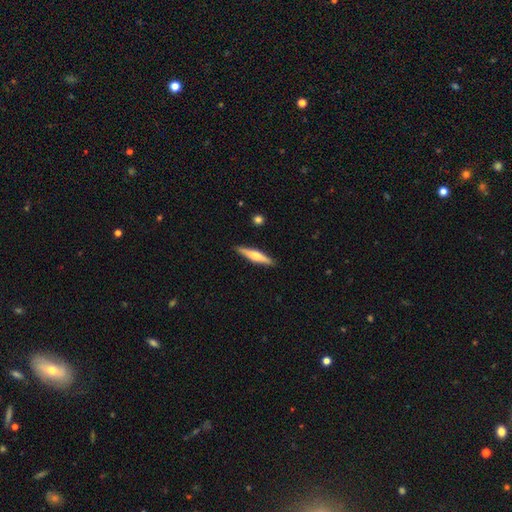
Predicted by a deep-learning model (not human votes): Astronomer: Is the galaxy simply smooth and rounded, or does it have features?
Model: smooth — 48% (runner-up: featured or disk, 46%).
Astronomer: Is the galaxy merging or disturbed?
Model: none — 90%.